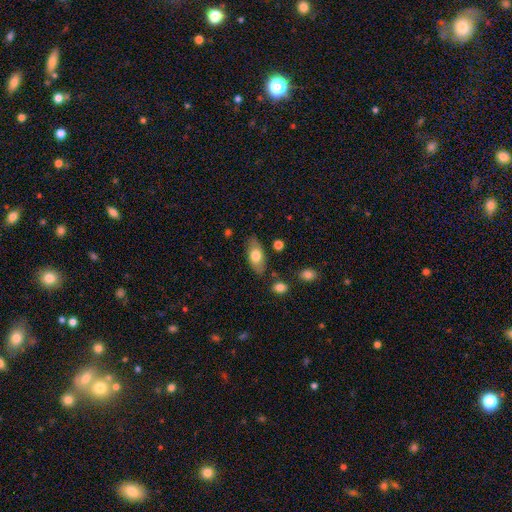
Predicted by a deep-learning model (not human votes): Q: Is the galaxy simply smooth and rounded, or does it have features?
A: smooth — 70%.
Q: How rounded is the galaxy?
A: in between — 86%.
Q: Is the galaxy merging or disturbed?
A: none — 80%.